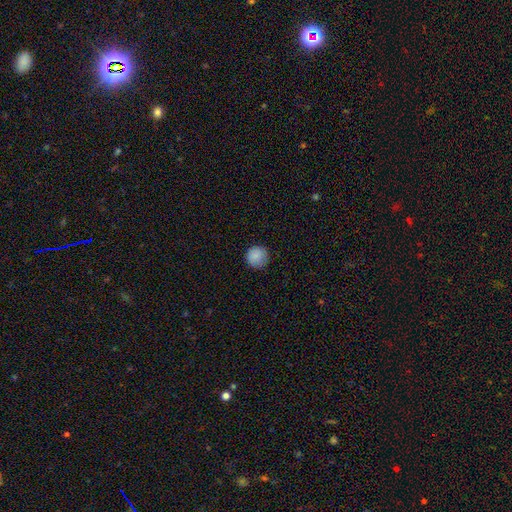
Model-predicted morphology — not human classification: This is clearly a smooth galaxy (87%). How rounded: clearly round (95%). Merging: clearly none (86%).